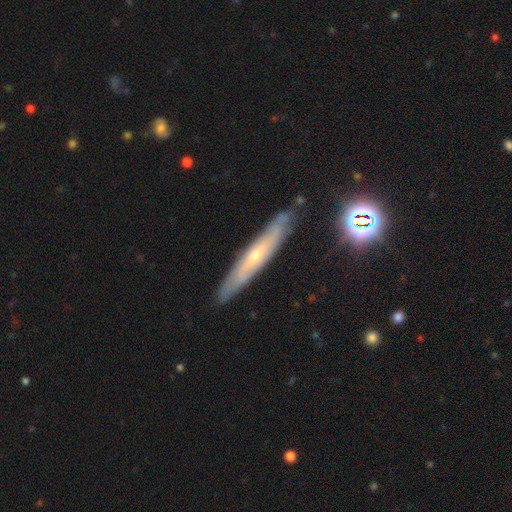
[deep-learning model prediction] A featured or disk galaxy (61%) viewed edge-on (75%).

Vote fractions:
- Smooth or featured? featured or disk: 61% / smooth: 30% / star or artifact: 9%
- Edge-on disk? yes: 75% / no: 25%
- Merging? none: 85% / minor disturbance: 11% / major disturbance: 2% / merger: 2%